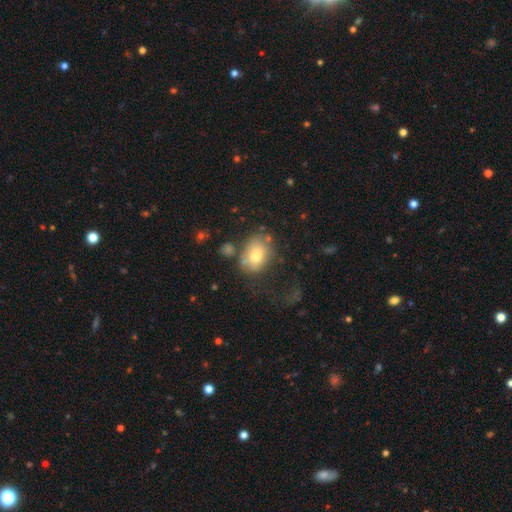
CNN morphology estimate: Smooth or featured? Predicted: smooth (p=0.73). How rounded? Predicted: in between (p=0.73). Merging? Predicted: none (p=0.52).